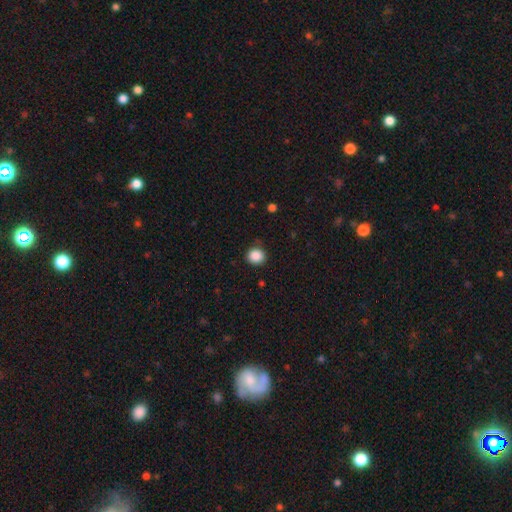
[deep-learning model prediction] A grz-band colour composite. It shows a smooth galaxy with no disk features (88%) that is round (81%). Merging: none (86%).